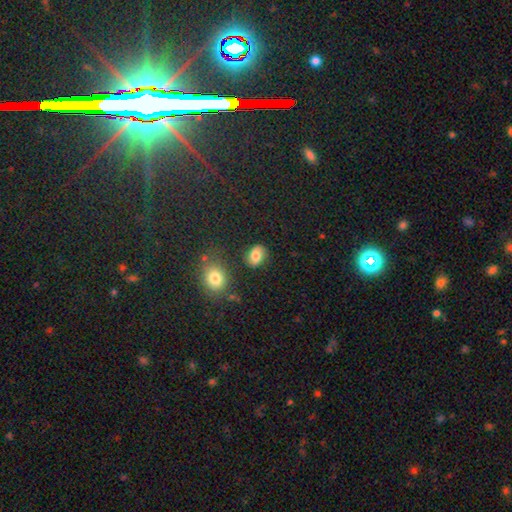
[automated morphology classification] This appears to be a smooth galaxy with no disk features (77%) that is in between round and cigar-shaped (61%). Merging: none (79%).